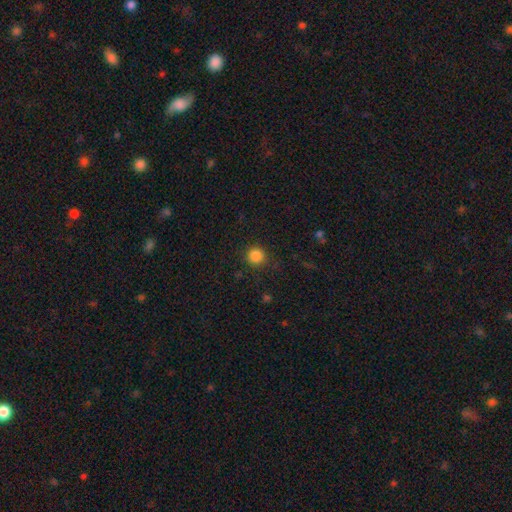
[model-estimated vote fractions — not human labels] This appears to be a smooth galaxy with no disk features (85%) that is round (93%). Merging: none (88%).